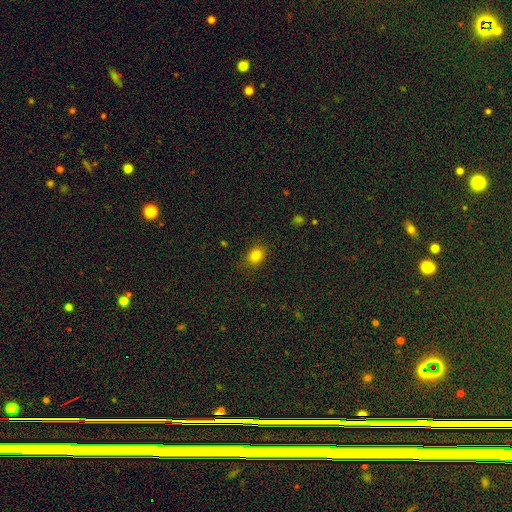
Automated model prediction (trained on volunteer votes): Morphology: type=smooth (81%); roundness=round (51%); merging=none (83%).